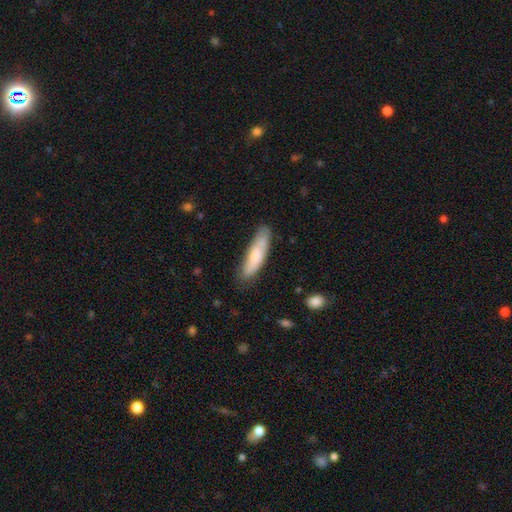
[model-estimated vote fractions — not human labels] The model was most divided on "how rounded": cigar-shaped: 67%, in between: 31%, round: 1%. More confident: smooth or featured — smooth (72%); merging — none (70%).